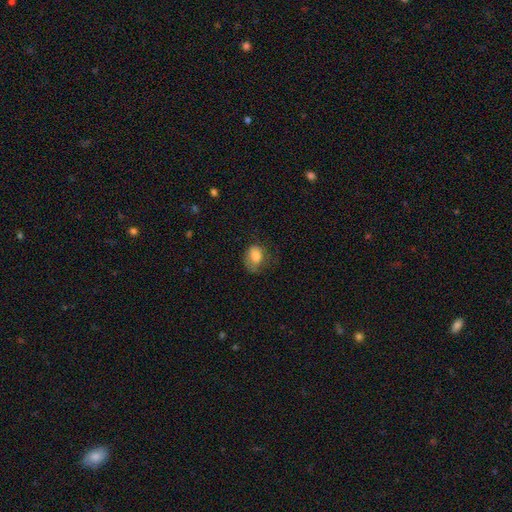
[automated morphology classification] The model was most divided on "merging": none: 42%, minor disturbance: 31%, major disturbance: 25%, merger: 2%. More confident: smooth or featured — smooth (77%); how rounded — in between (65%).